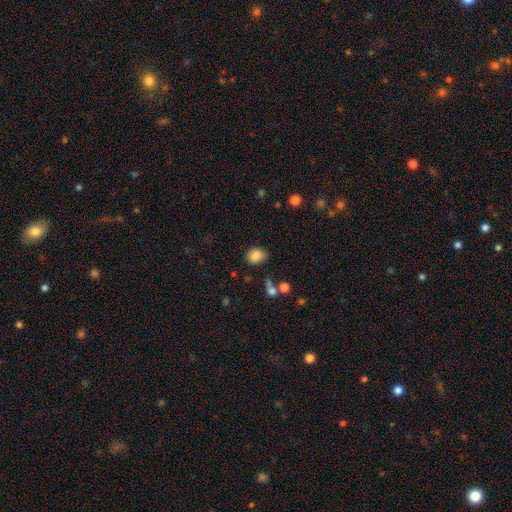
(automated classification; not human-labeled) The model was most divided on "how rounded": in between: 55%, round: 44%, cigar-shaped: 1%. More confident: smooth or featured — smooth (84%); merging — none (79%).